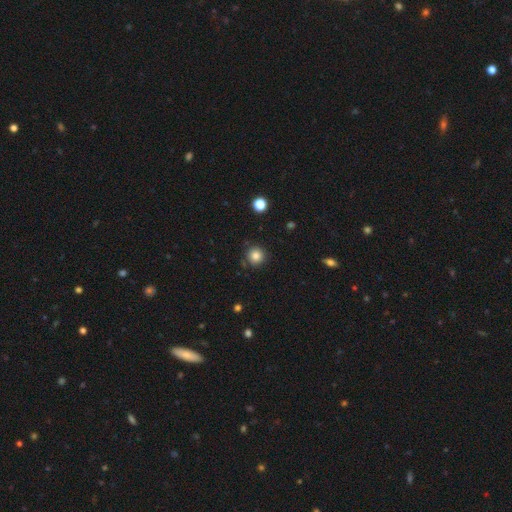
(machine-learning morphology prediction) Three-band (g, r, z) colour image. It shows a smooth galaxy with no disk features (84%) that is round (94%). Merging: none (87%).